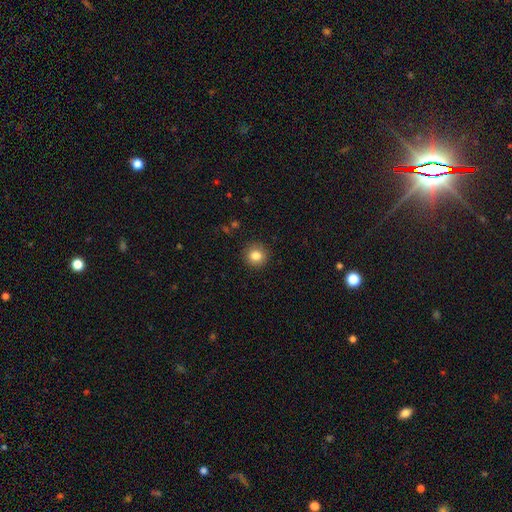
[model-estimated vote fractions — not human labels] Q: Smooth or featured?
A: smooth (83%); runner-up: star or artifact (11%)
Q: How rounded?
A: round (92%); runner-up: in between (7%)
Q: Merging?
A: none (90%); runner-up: minor disturbance (7%)